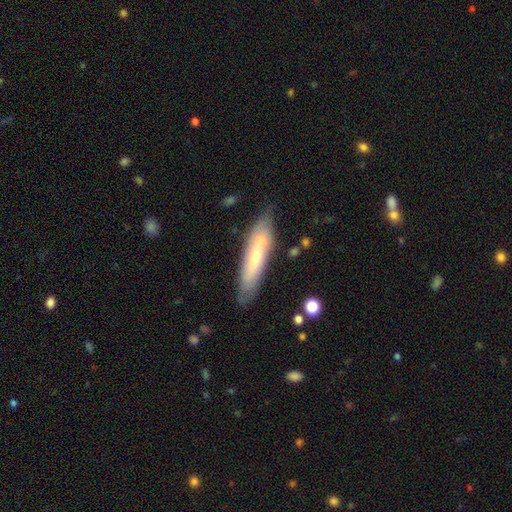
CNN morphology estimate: Smooth or featured? smooth (52%)
How rounded? cigar-shaped (76%)
Merging? none (75%)